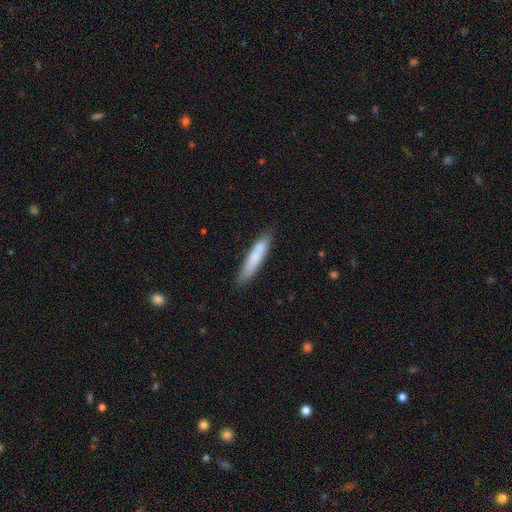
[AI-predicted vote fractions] Overall: smooth (77%). How rounded: cigar-shaped (89%). Merging: none (84%).